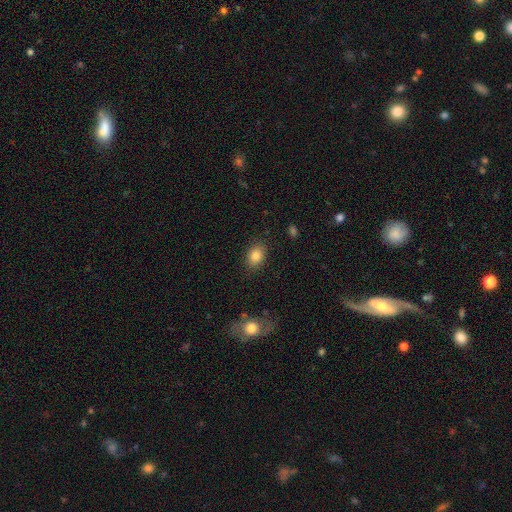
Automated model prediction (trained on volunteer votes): Overall: smooth (85%). How rounded: in between (70%). Merging: none (85%).